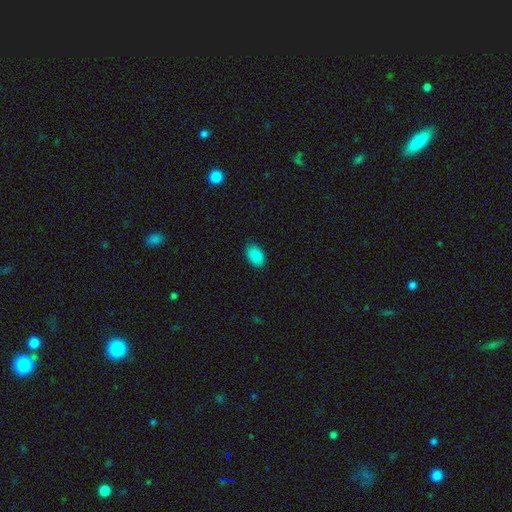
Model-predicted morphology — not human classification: This appears to be a smooth galaxy with no disk features (89%) that is in between round and cigar-shaped (91%). Merging: none (82%).